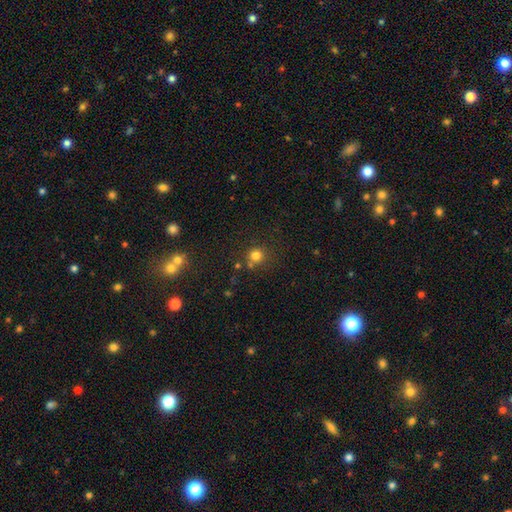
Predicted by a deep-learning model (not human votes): smooth_or_featured: smooth (p=0.78) [alt: star or artifact p=0.16]
how_rounded: round (p=0.91) [alt: in between p=0.08]
merging: none (p=0.73) [alt: merger p=0.12]